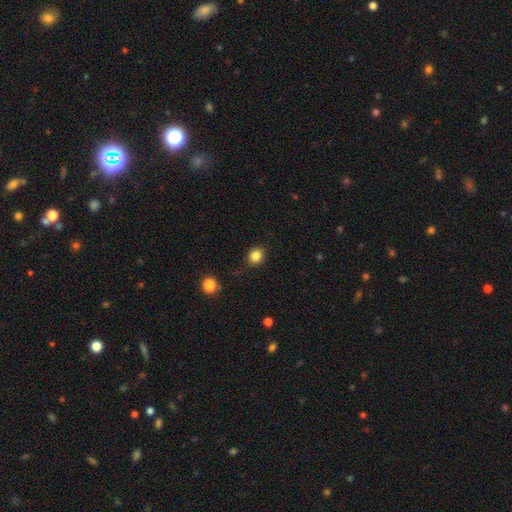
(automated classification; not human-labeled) Smooth or featured?
  - smooth: 84% *
  - star or artifact: 11%
  - featured or disk: 5%
How rounded?
  - round: 71% *
  - in between: 28%
  - cigar-shaped: 1%
Merging?
  - none: 85% *
  - minor disturbance: 11%
  - major disturbance: 3%
  - merger: 2%